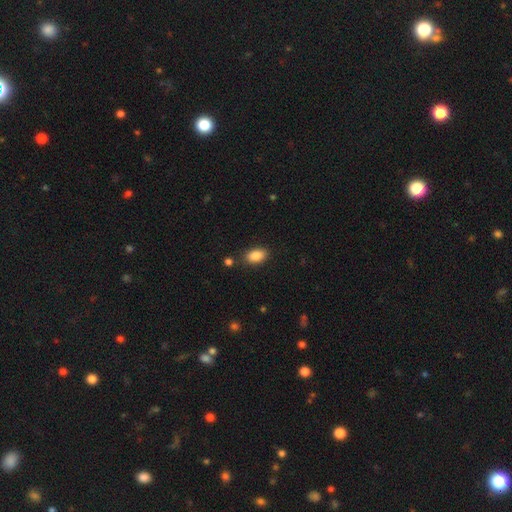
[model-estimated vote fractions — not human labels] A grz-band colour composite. It shows a smooth galaxy with no disk features (88%) that is in between round and cigar-shaped (91%). Merging: none (83%).